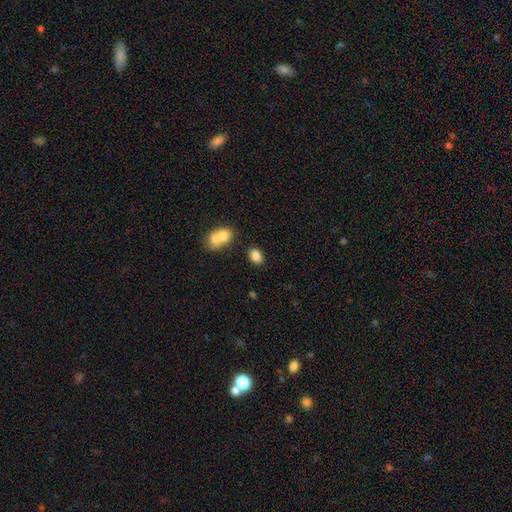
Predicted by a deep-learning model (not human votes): Smooth or featured? Predicted: smooth (p=0.84). How rounded? Predicted: in between (p=0.78). Merging? Predicted: none (p=0.73).